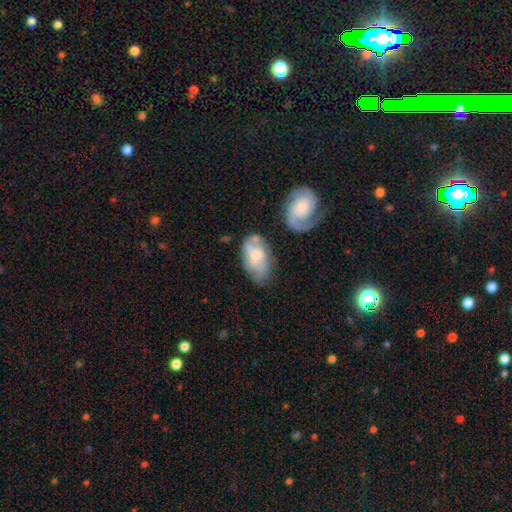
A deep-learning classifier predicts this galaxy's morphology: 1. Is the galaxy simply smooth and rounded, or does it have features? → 56% featured or disk, 37% smooth, 7% star or artifact.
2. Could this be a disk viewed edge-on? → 94% no, 6% yes.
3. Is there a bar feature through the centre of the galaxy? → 59% no, 35% weak, 7% strong.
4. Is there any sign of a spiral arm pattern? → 73% yes, 27% no.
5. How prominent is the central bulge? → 43% moderate, 38% small, 11% none, 6% large, 2% dominant.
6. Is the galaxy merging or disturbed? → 51% none, 25% minor disturbance, 13% major disturbance, 11% merger.